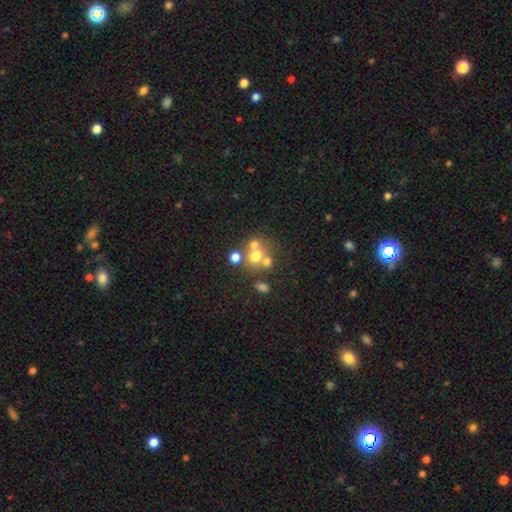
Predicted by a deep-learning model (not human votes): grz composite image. It shows a smooth galaxy with no disk features (60%) that is round (79%). Merging: none (44%).